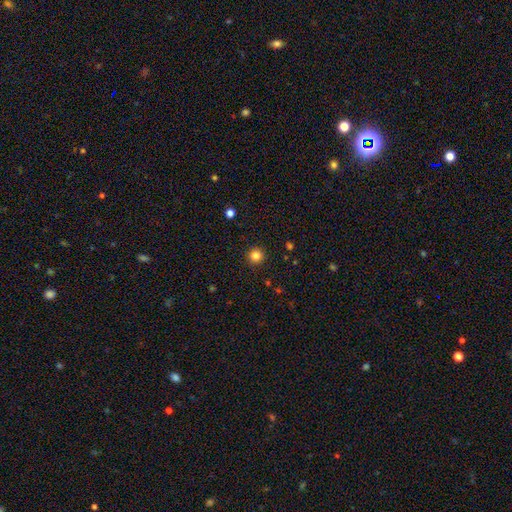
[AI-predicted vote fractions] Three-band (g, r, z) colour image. It shows a smooth galaxy with no disk features (83%) that is round (95%). Merging: none (92%).